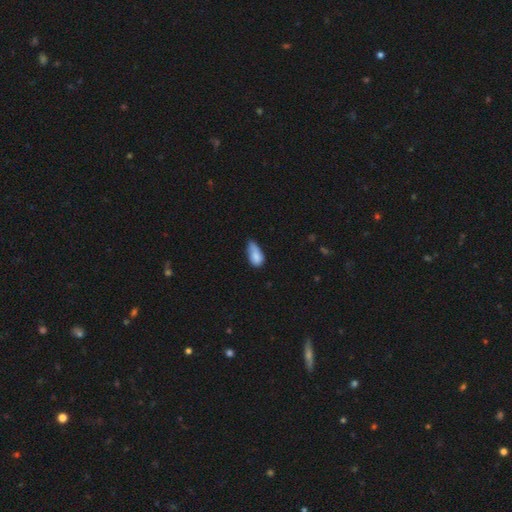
Q: Smooth or featured?
A: smooth (82%); runner-up: star or artifact (10%)
Q: How rounded?
A: in between (84%); runner-up: round (12%)
Q: Merging?
A: minor disturbance (60%); runner-up: none (26%)